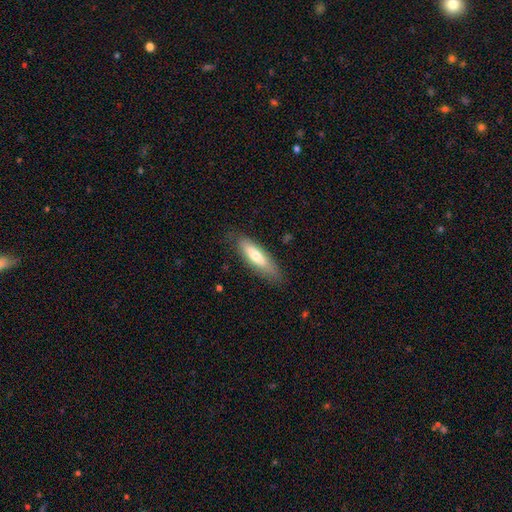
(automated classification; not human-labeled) Overall: smooth (66%; featured or disk 28%). How rounded: cigar-shaped (61%; in between 38%). Merging: none (79%).